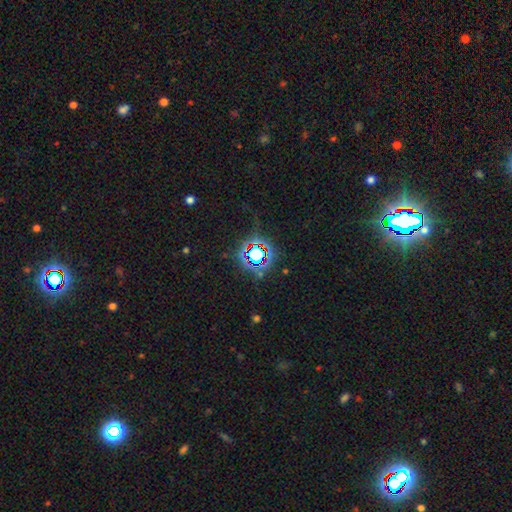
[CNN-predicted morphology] smooth_or_featured: star or artifact (p=0.74) [alt: smooth p=0.16]